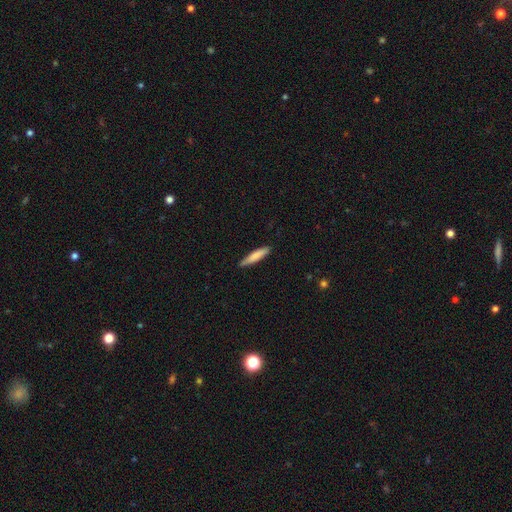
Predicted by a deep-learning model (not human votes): This appears to be a smooth galaxy with no disk features (79%) that is cigar-shaped (87%). Merging: none (84%).